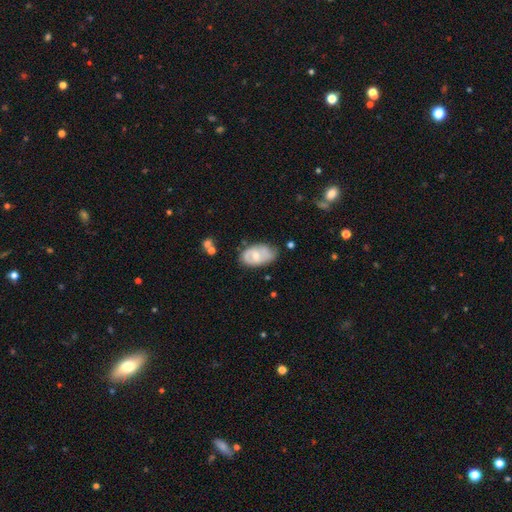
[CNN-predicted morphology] Smooth or featured: featured or disk — 47% (tied with smooth — 47%)
Merging: none — 53% (minor disturbance — 35%)